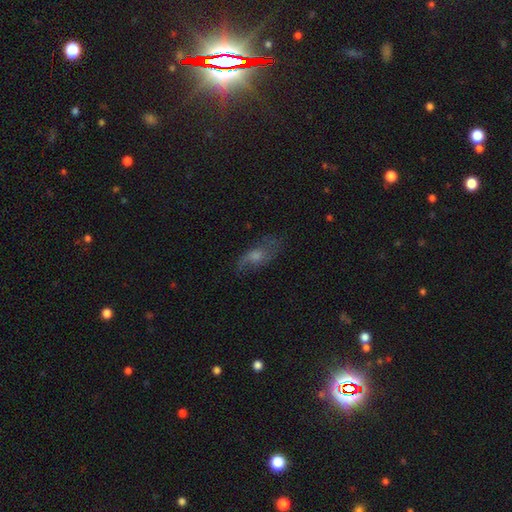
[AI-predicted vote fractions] A featured or disk galaxy (54%).

Vote fractions:
- Smooth or featured? featured or disk: 54% / smooth: 30% / star or artifact: 16%
- Edge-on disk? no: 83% / yes: 17%
- Merging? none: 65% / minor disturbance: 21% / major disturbance: 12% / merger: 2%